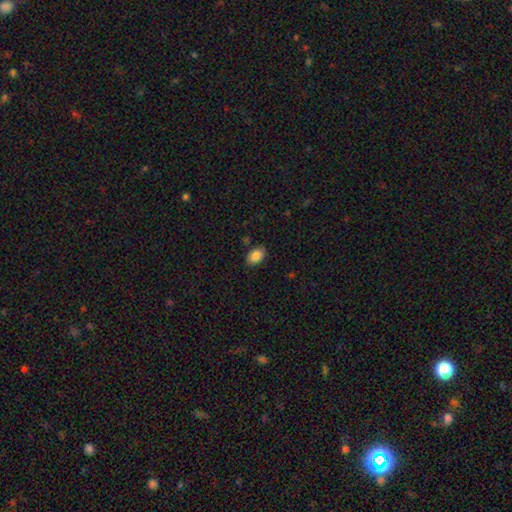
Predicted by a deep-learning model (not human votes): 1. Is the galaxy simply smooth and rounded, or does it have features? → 87% smooth, 8% star or artifact, 6% featured or disk.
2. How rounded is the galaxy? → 88% in between, 11% round, 1% cigar-shaped.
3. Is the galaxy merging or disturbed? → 84% none, 12% minor disturbance, 2% major disturbance, 2% merger.